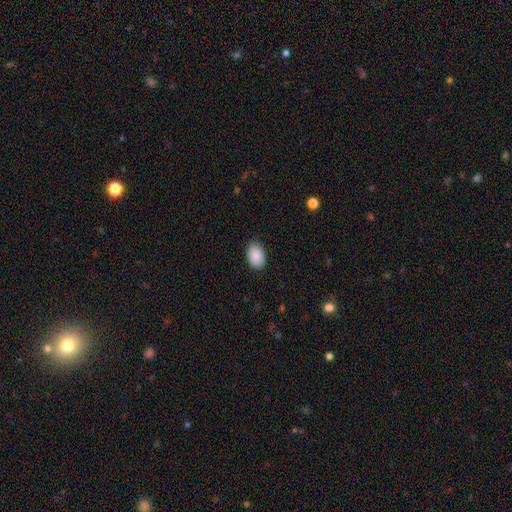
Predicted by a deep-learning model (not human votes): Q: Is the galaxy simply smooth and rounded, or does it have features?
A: smooth — 89%.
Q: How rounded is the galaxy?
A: in between — 87%.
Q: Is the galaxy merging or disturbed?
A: none — 86%.